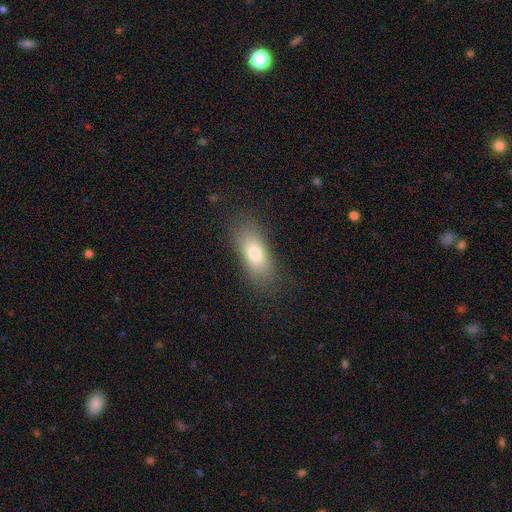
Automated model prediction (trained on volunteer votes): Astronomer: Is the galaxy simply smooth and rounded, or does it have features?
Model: smooth — 78%.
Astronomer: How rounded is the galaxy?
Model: in between — 83%.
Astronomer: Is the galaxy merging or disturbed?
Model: none — 81%.